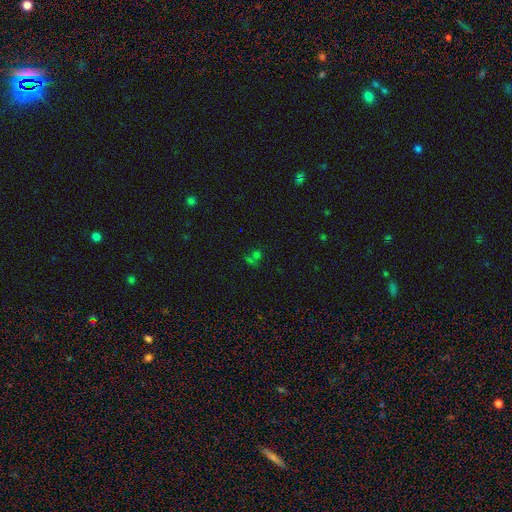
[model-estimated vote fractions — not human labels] Smooth or featured? Predicted: star or artifact (p=0.45).